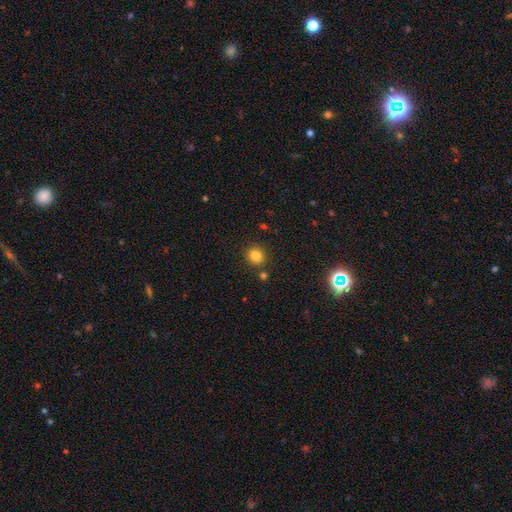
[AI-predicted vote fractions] This is clearly a smooth galaxy (82%). How rounded: clearly round (86%). Merging: clearly none (85%).